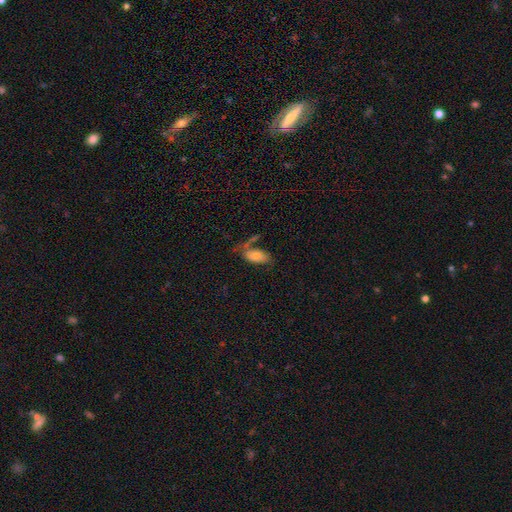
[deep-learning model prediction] A smooth galaxy with no disk features (67%) that is in between round and cigar-shaped (92%).

Vote fractions:
- Smooth or featured? smooth: 67% / featured or disk: 25% / star or artifact: 8%
- How rounded? in between: 92% / cigar-shaped: 5% / round: 4%
- Merging? none: 43% / minor disturbance: 21% / merger: 19% / major disturbance: 17%